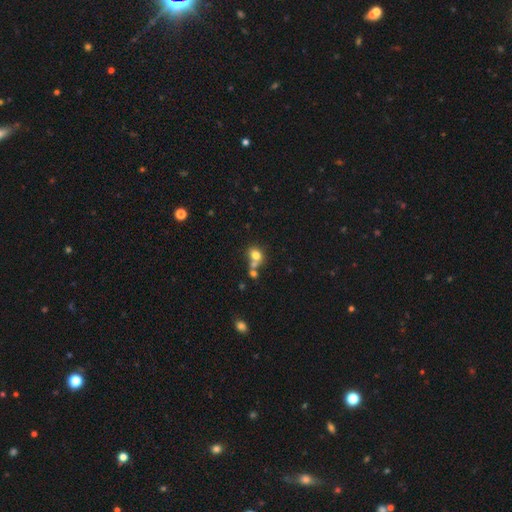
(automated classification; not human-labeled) Q: Smooth or featured?
A: smooth (76%); runner-up: star or artifact (12%)
Q: How rounded?
A: round (64%); runner-up: in between (35%)
Q: Merging?
A: none (44%); runner-up: merger (41%)